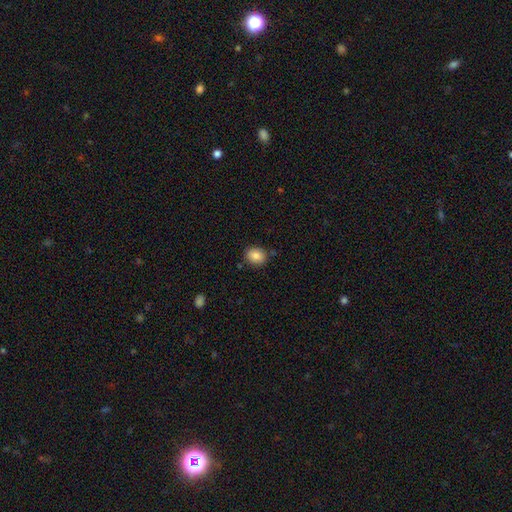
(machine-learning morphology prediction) This appears to be a smooth galaxy with no disk features (85%) that is round (60%). Merging: none (83%).